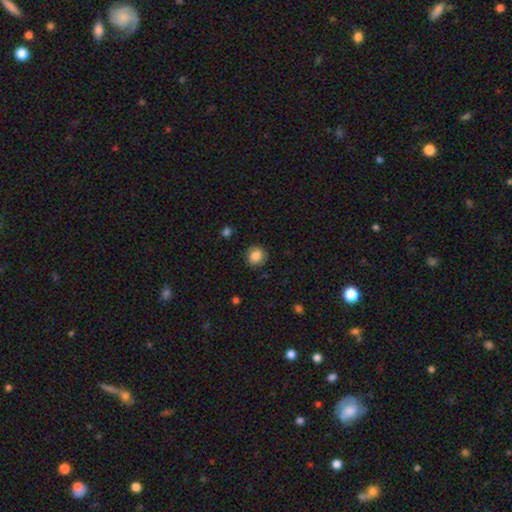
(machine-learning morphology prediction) A smooth galaxy with no disk features (83%) that is round (73%). Merging: none (86%).